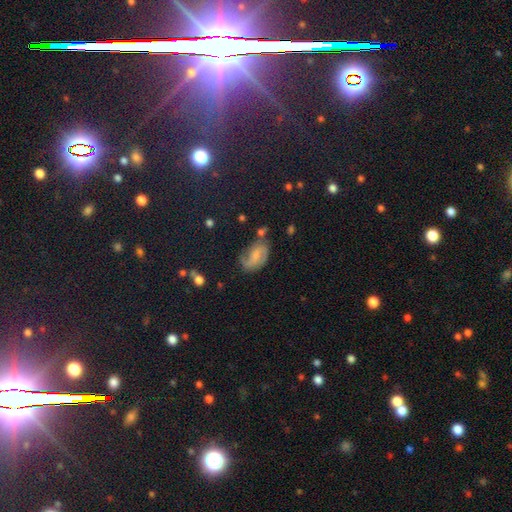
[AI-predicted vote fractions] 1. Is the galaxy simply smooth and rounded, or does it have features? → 60% featured or disk, 29% smooth, 11% star or artifact.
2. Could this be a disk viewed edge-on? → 97% no, 3% yes.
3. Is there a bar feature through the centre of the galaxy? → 48% weak, 40% no, 13% strong.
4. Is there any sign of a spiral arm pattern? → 88% yes, 12% no.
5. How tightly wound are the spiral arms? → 45% medium, 34% loose, 21% tight.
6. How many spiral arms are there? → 74% 2, 12% 1, 10% can't tell, 2% 3, 1% 4, 1% more than 4.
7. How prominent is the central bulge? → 37% none, 31% small, 24% moderate, 6% large, 2% dominant.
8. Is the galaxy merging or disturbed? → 55% none, 26% minor disturbance, 13% major disturbance, 6% merger.